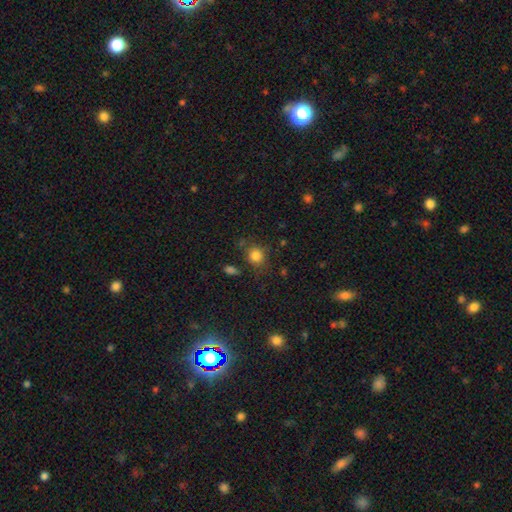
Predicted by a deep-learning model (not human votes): A smooth galaxy with no disk features (82%) that is round (81%).

Vote fractions:
- Smooth or featured? smooth: 82% / star or artifact: 12% / featured or disk: 6%
- How rounded? round: 81% / in between: 18% / cigar-shaped: 1%
- Merging? none: 75% / minor disturbance: 15% / major disturbance: 6% / merger: 5%